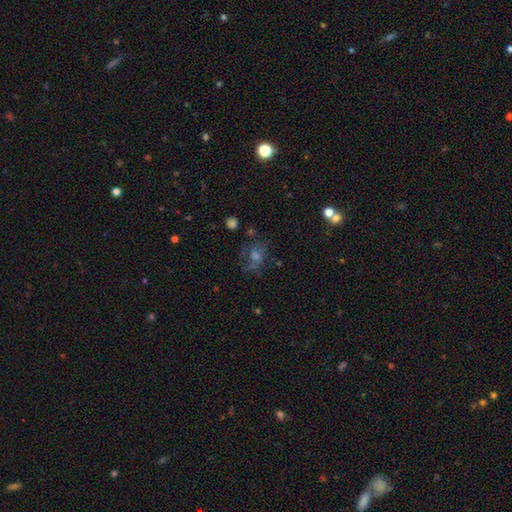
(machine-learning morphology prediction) A featured or disk galaxy (44%). Merging: none (57%).